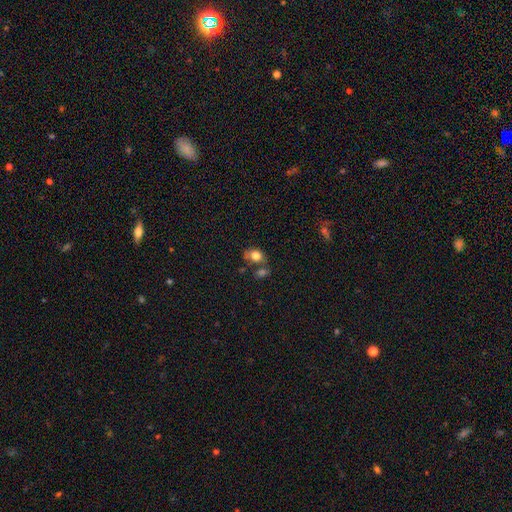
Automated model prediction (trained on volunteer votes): A smooth galaxy with no disk features (79%) that is in between round and cigar-shaped (59%). Merging: none (50%).